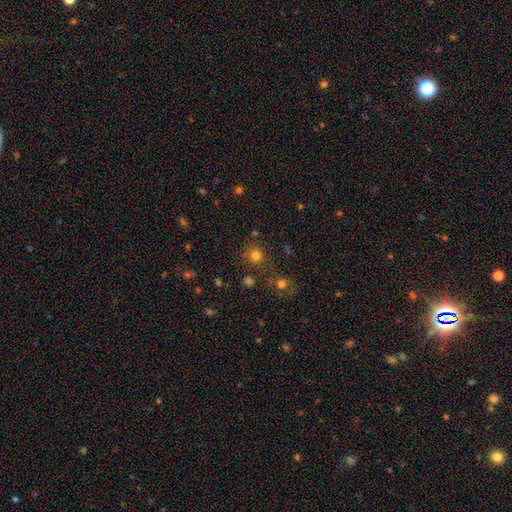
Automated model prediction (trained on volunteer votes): Overall: smooth (77%). How rounded: round (91%). Merging: none (80%).